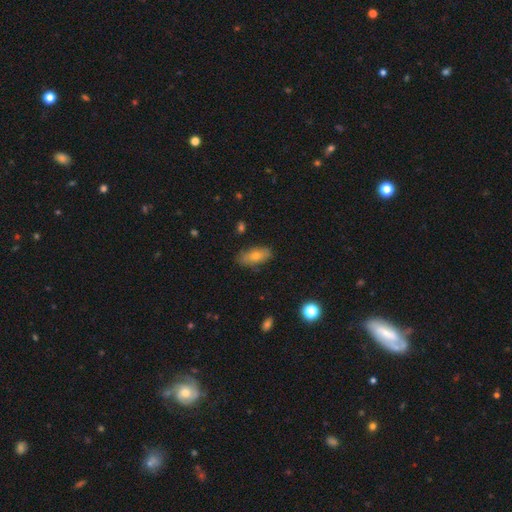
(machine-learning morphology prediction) Smooth or featured? smooth (65%)
How rounded? in between (77%)
Merging? none (84%)